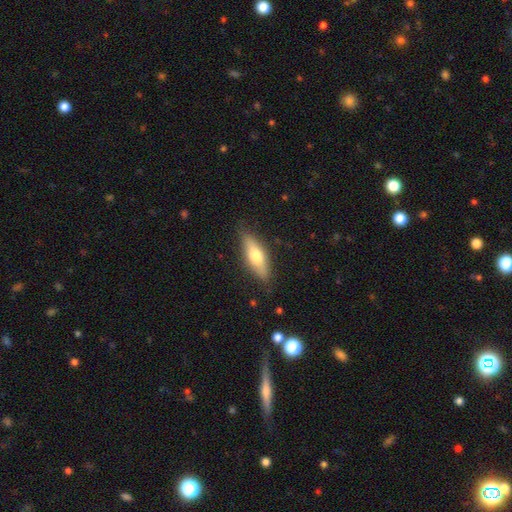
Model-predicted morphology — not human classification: Q: Smooth or featured?
A: smooth (64%); runner-up: featured or disk (30%)
Q: How rounded?
A: in between (56%); runner-up: cigar-shaped (42%)
Q: Merging?
A: none (82%); runner-up: minor disturbance (14%)